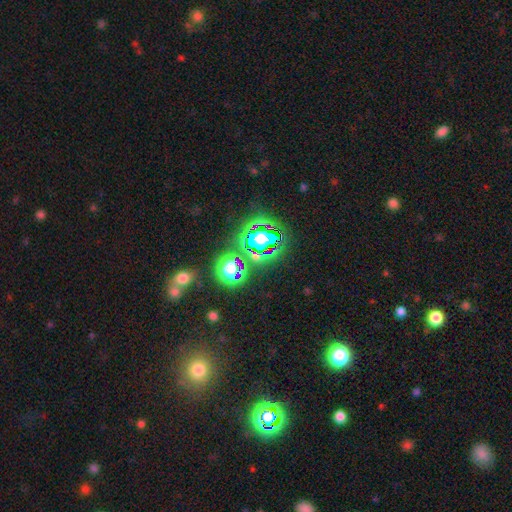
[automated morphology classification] Smooth or featured? star or artifact (73%)